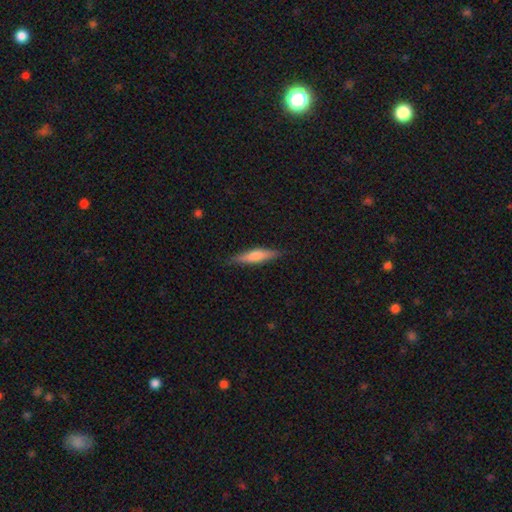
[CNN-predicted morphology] A smooth galaxy with no disk features (53%) that is cigar-shaped (85%).

Vote fractions:
- Smooth or featured? smooth: 53% / featured or disk: 41% / star or artifact: 6%
- How rounded? cigar-shaped: 85% / in between: 13% / round: 2%
- Merging? none: 88% / minor disturbance: 9% / major disturbance: 2% / merger: 1%